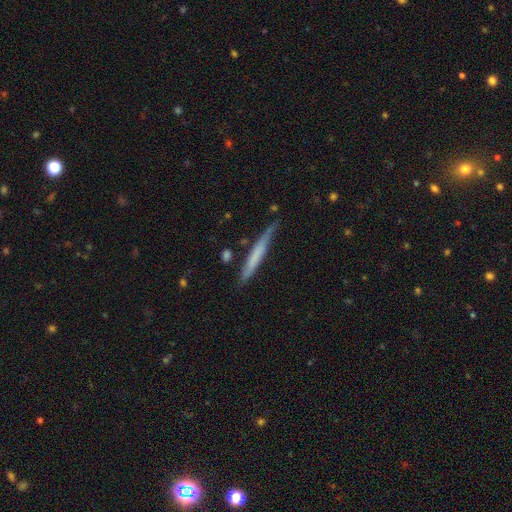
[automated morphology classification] This is possibly a smooth galaxy (55%). How rounded: clearly cigar-shaped (96%). Merging: likely none (74%).